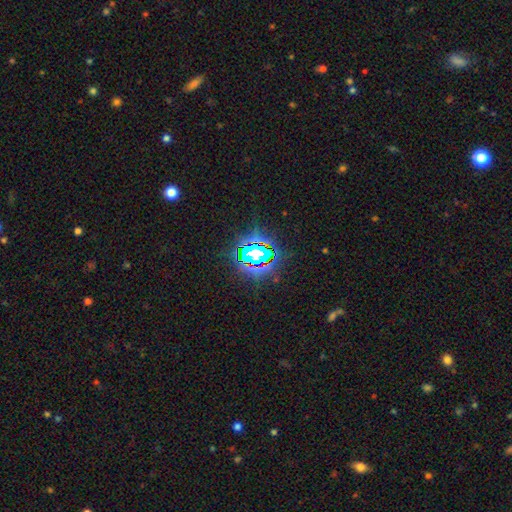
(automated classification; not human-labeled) A star or artifact, not a galaxy (80%).

Vote fractions:
- Smooth or featured? star or artifact: 80% / smooth: 12% / featured or disk: 8%